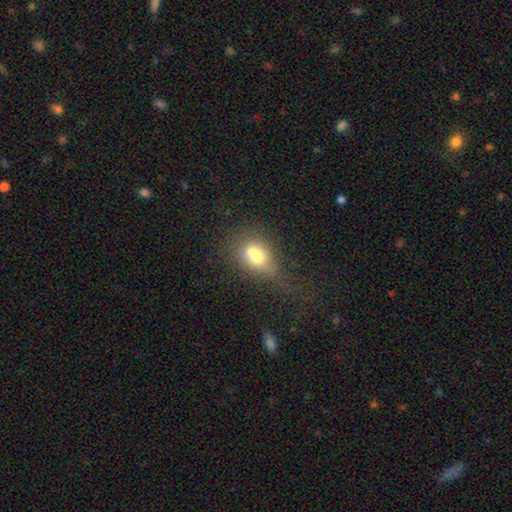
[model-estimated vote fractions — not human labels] smooth_or_featured: smooth (p=0.67) [alt: featured or disk p=0.21]
how_rounded: in between (p=0.70) [alt: round p=0.26]
merging: none (p=0.30) [alt: minor disturbance p=0.25]